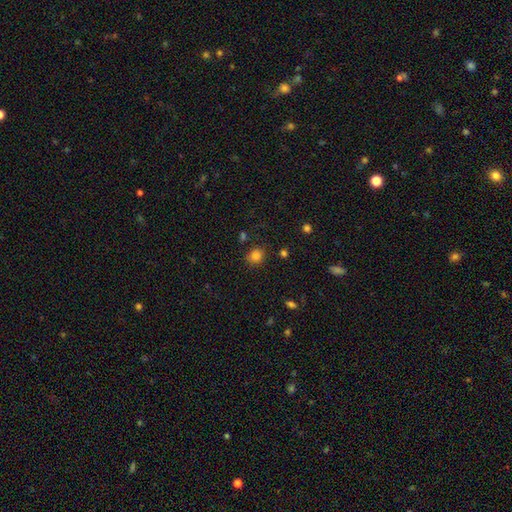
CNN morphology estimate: smooth_or_featured: smooth (p=0.82) [alt: star or artifact p=0.13]
how_rounded: round (p=0.79) [alt: in between p=0.20]
merging: none (p=0.82) [alt: minor disturbance p=0.11]